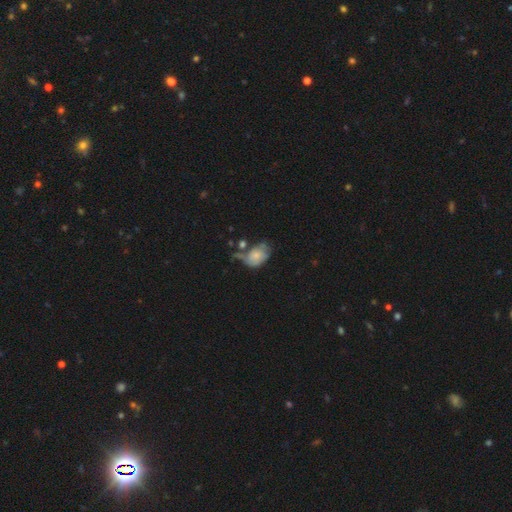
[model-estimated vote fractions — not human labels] The model was most divided on "merging" (2-way tie): major disturbance: 28%, minor disturbance: 28%, none: 24%, merger: 20%. More confident: how rounded — in between (76%); smooth or featured — smooth (59%).